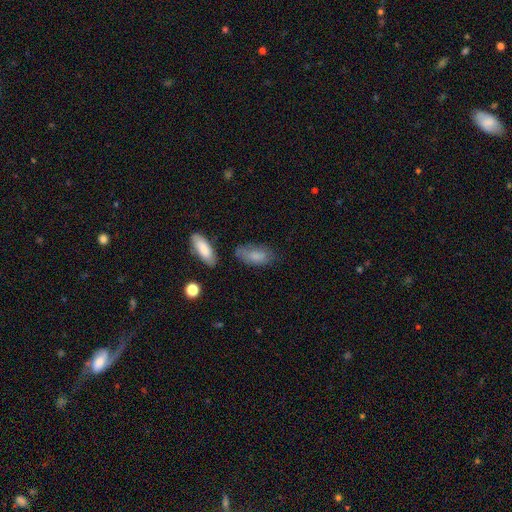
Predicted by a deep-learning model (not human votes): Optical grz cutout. It shows a smooth galaxy with no disk features (78%) that is in between round and cigar-shaped (88%). Merging: none (60%).